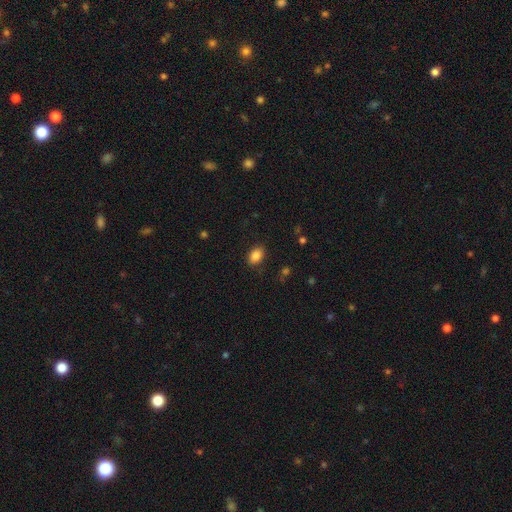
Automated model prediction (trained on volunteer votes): Q: Smooth or featured?
A: smooth (87%); runner-up: star or artifact (9%)
Q: How rounded?
A: in between (84%); runner-up: round (15%)
Q: Merging?
A: none (85%); runner-up: minor disturbance (11%)